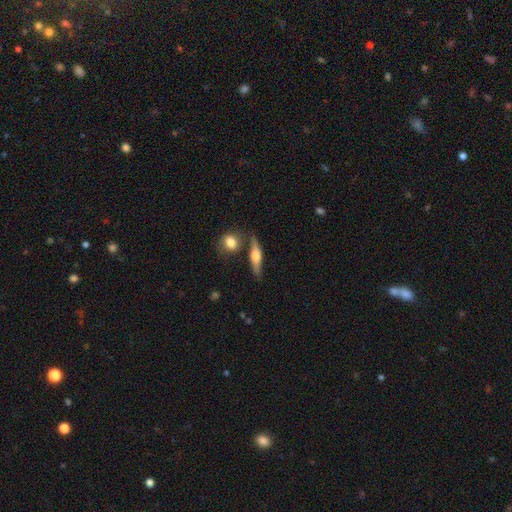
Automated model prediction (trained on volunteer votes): Q: Smooth or featured?
A: featured or disk (51%); runner-up: smooth (43%)
Q: Edge-on disk?
A: yes (91%); runner-up: no (9%)
Q: Merging?
A: none (73%); runner-up: minor disturbance (12%)